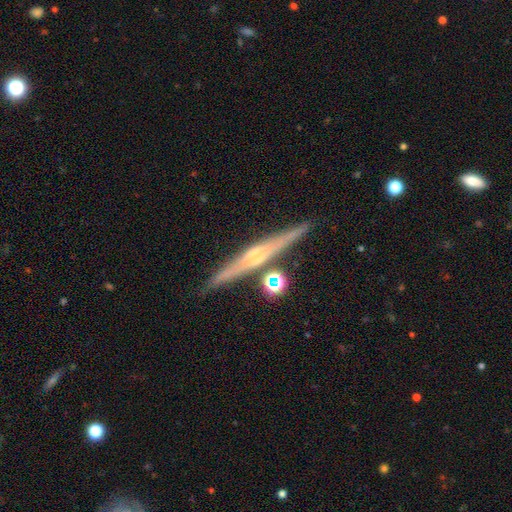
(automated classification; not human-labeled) Smooth or featured: featured or disk — 75% (smooth — 16%)
Edge-on disk: yes — 97% (no — 3%)
Edge-on bulge: rounded — 72% (none — 16%)
Merging: none — 84% (minor disturbance — 9%)